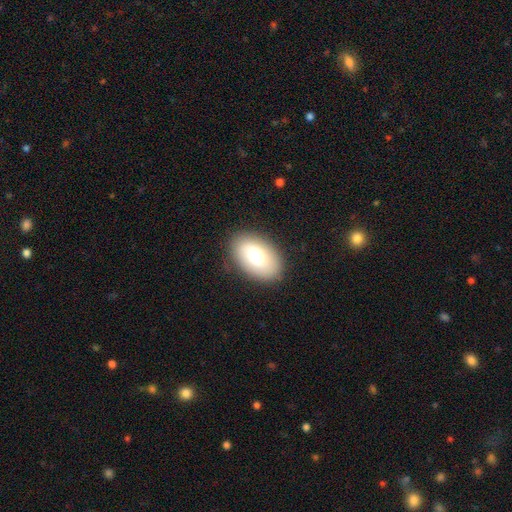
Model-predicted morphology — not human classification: Smooth or featured?
  - smooth: 73% *
  - featured or disk: 20%
  - star or artifact: 7%
How rounded?
  - in between: 91% *
  - round: 8%
  - cigar-shaped: 1%
Merging?
  - none: 86% *
  - minor disturbance: 10%
  - major disturbance: 3%
  - merger: 1%